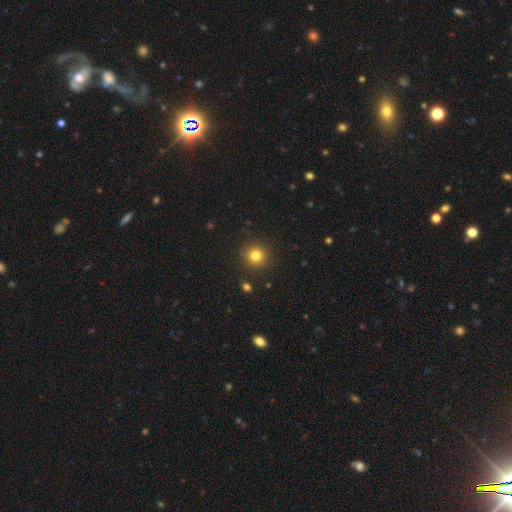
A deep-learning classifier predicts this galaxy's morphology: A smooth galaxy with no disk features (80%) that is round (93%).

Vote fractions:
- Smooth or featured? smooth: 80% / star or artifact: 13% / featured or disk: 6%
- How rounded? round: 93% / in between: 6% / cigar-shaped: 1%
- Merging? none: 90% / minor disturbance: 6% / major disturbance: 2% / merger: 1%